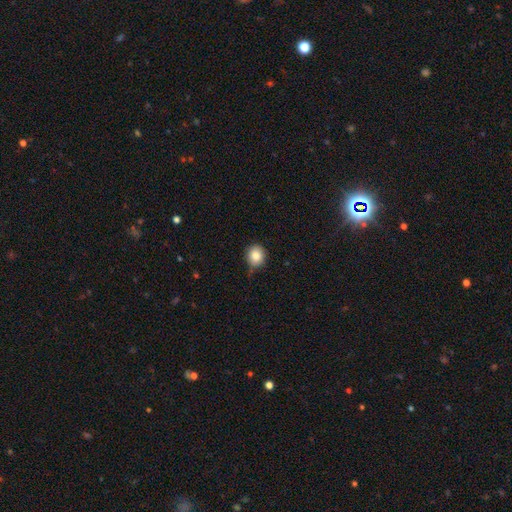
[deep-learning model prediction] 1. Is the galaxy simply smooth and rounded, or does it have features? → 85% smooth, 9% star or artifact, 6% featured or disk.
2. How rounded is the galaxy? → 84% round, 15% in between, 1% cigar-shaped.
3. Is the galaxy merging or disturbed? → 74% none, 21% minor disturbance, 3% major disturbance, 2% merger.